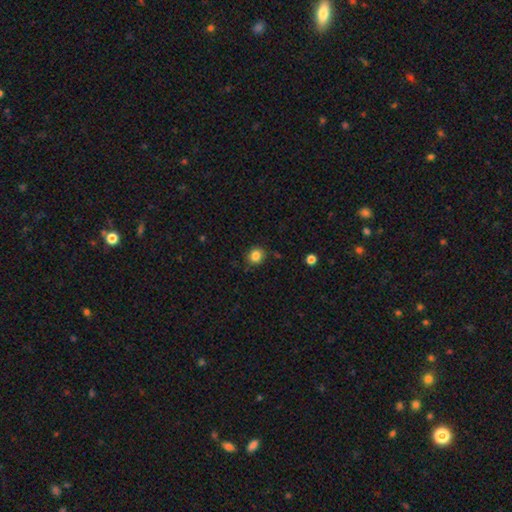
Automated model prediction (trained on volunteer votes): smooth 84%, star or artifact 11%, featured or disk 5%. Down the decision tree: how rounded — round (87%); merging — none (85%).